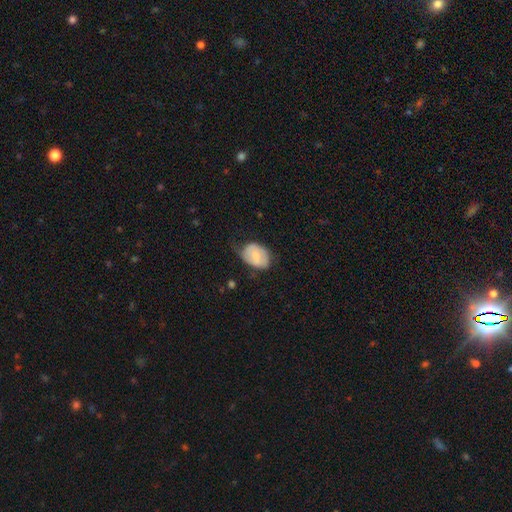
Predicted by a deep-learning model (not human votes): Morphology: type=smooth (63%); roundness=in between (71%); merging=none (47%).